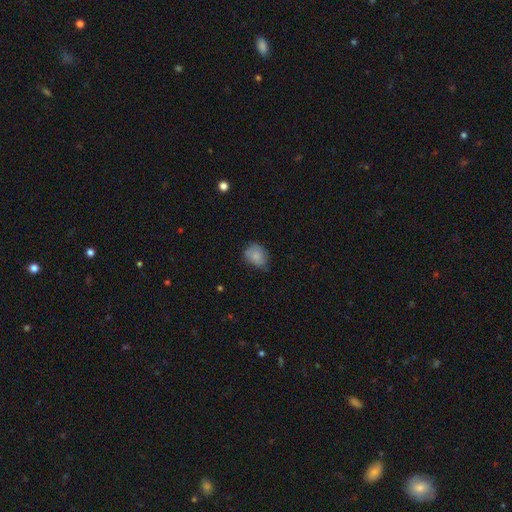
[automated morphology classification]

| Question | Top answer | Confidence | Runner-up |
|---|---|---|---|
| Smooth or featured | smooth | 78% | featured or disk (13%) |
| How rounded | in between | 50% | round (49%) |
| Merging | none | 55% | minor disturbance (35%) |